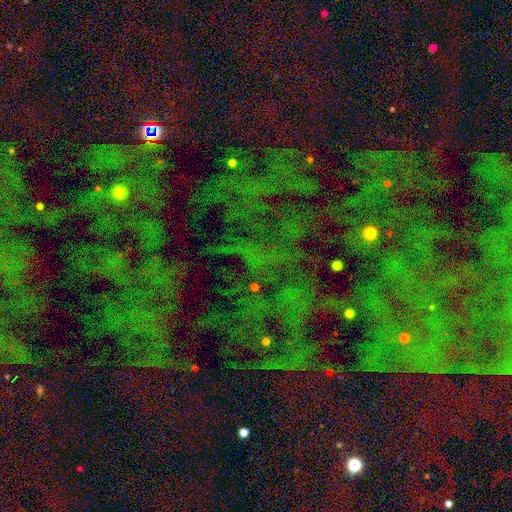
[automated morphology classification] Smooth or featured: star or artifact — 80% (smooth — 12%)